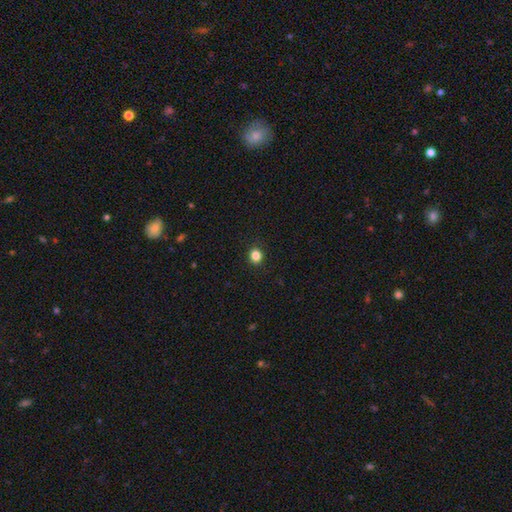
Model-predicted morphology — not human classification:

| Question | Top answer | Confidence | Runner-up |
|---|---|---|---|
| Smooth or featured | smooth | 84% | star or artifact (12%) |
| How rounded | round | 82% | in between (17%) |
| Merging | none | 92% | minor disturbance (6%) |